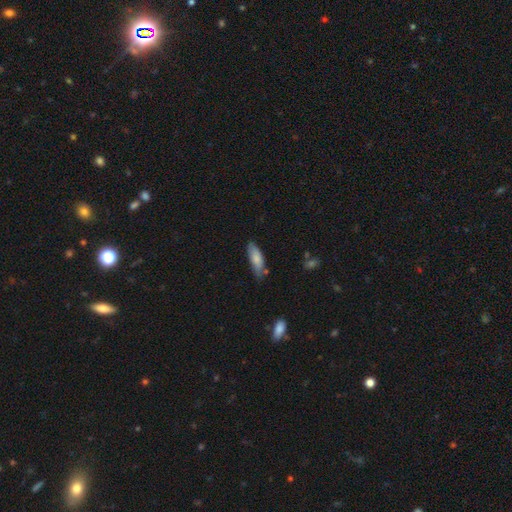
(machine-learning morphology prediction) smooth-or-featured: smooth: 74% | featured or disk: 19% | star or artifact: 8%
  how-rounded: in between: 60% | cigar-shaped: 38% | round: 2%
  merging: none: 68% | minor disturbance: 25% | major disturbance: 4% | merger: 3%